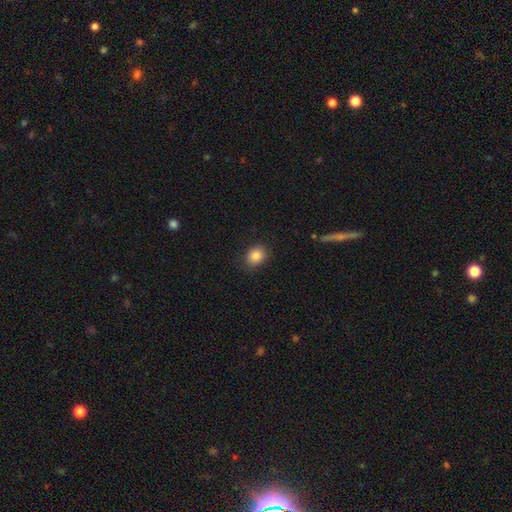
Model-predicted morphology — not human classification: A smooth galaxy with no disk features (85%) that is in between round and cigar-shaped (52%).

Vote fractions:
- Smooth or featured? smooth: 85% / star or artifact: 10% / featured or disk: 6%
- How rounded? in between: 52% / round: 47% / cigar-shaped: 1%
- Merging? none: 86% / minor disturbance: 11% / major disturbance: 3% / merger: 1%